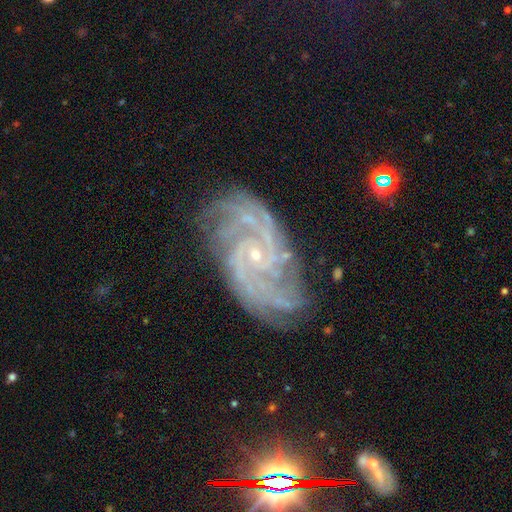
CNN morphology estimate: Overall: featured or disk (90%). Edge-on disk: no (97%). Bar: no (65%; weak 27%). Spiral arms: yes (98%). Spiral arm count: 4 (22%; 3 19%). Spiral winding: tight (60%; medium 34%). Bulge size: small (86%). Merging: none (74%).